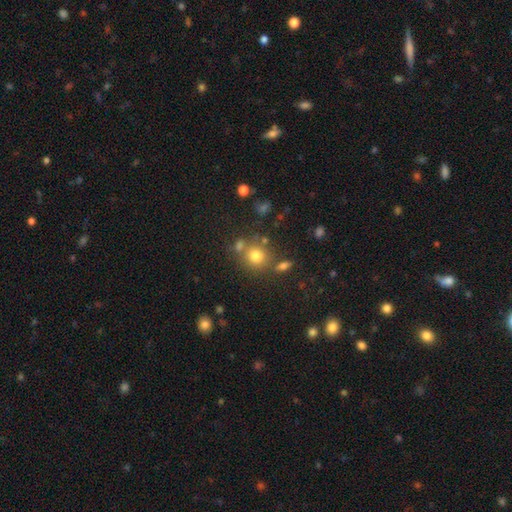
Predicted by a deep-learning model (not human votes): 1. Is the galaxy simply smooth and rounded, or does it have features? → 75% smooth, 15% star or artifact, 10% featured or disk.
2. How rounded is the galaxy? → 85% round, 14% in between, 1% cigar-shaped.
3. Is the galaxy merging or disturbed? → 66% none, 17% merger, 12% minor disturbance, 5% major disturbance.